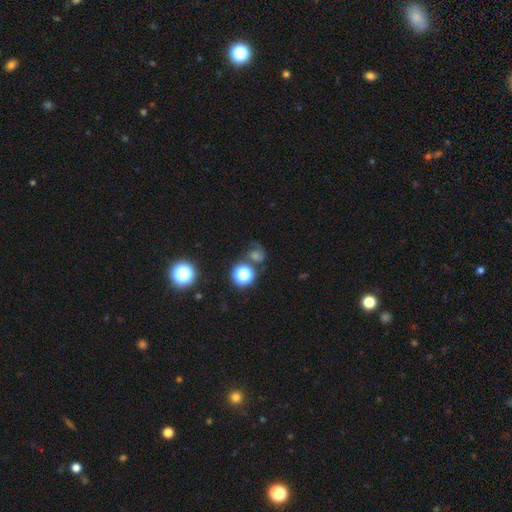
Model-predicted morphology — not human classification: Overall: star or artifact (42%; smooth 32%).